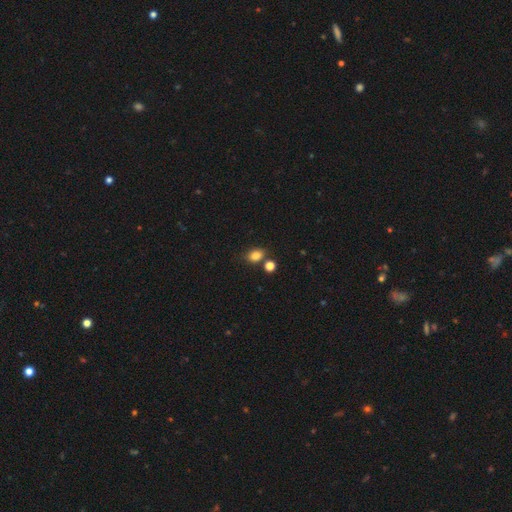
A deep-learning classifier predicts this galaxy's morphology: Q: Smooth or featured?
A: smooth (82%); runner-up: star or artifact (12%)
Q: How rounded?
A: in between (66%); runner-up: round (33%)
Q: Merging?
A: none (72%); runner-up: merger (12%)